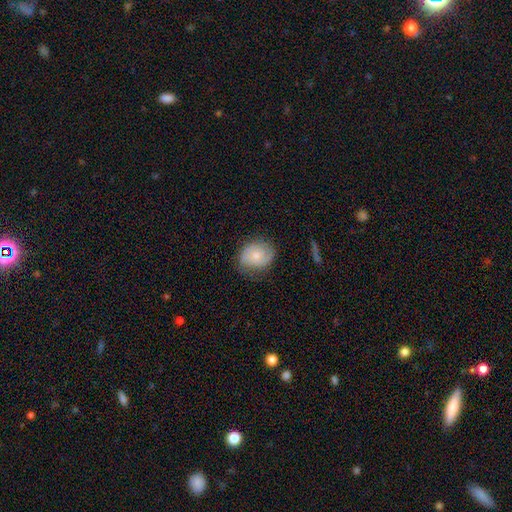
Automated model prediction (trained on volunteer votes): smooth 58%, featured or disk 34%, star or artifact 7%. Down the decision tree: how rounded — round (58%); merging — none (68%).